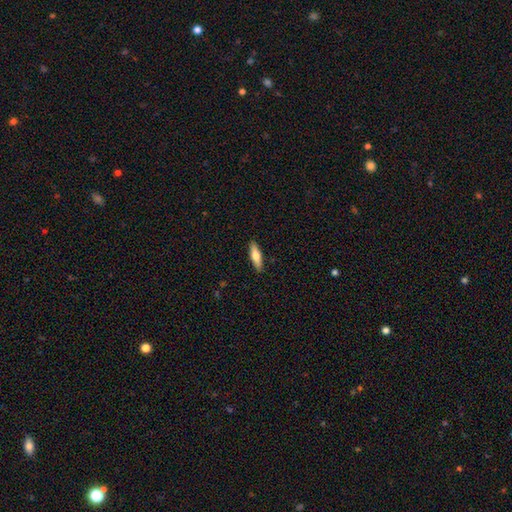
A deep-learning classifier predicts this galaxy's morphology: Smooth or featured: smooth — 62% (featured or disk — 33%)
How rounded: cigar-shaped — 63% (in between — 35%)
Merging: none — 90% (minor disturbance — 7%)